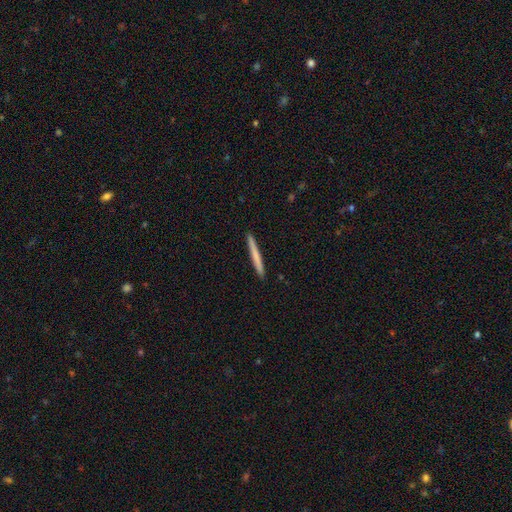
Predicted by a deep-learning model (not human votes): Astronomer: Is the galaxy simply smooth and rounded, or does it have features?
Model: smooth — 66%.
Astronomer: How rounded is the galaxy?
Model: cigar-shaped — 97%.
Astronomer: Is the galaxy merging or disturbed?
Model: none — 93%.